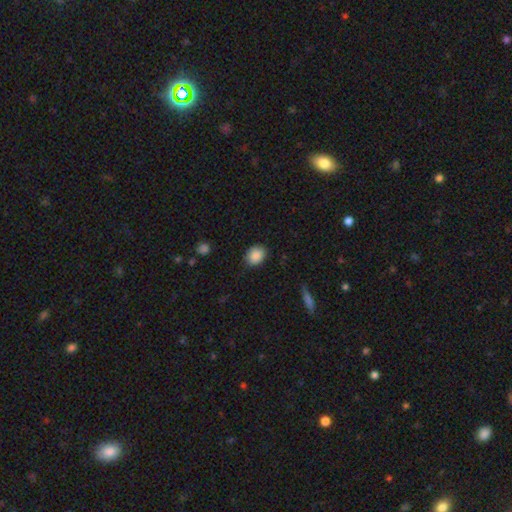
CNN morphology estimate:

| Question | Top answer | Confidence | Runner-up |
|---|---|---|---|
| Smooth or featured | smooth | 89% | star or artifact (8%) |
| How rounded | in between | 52% | round (47%) |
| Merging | none | 85% | minor disturbance (12%) |